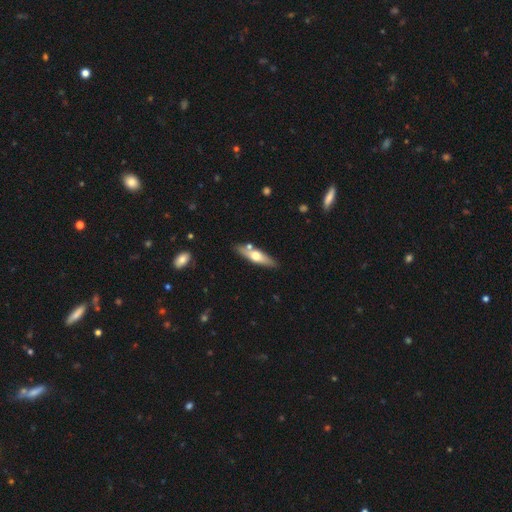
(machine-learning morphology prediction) This appears to be a smooth galaxy with no disk features (48%). Merging: none (80%).